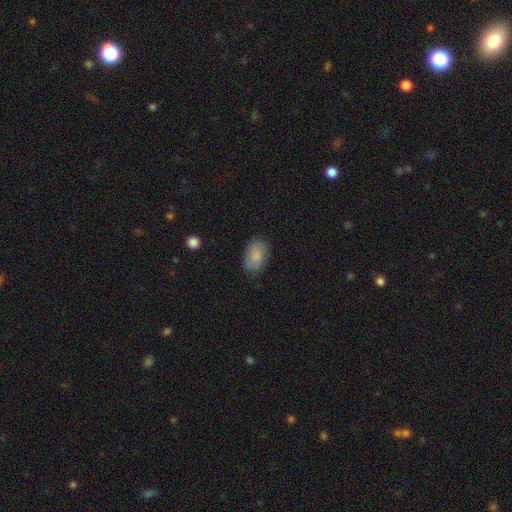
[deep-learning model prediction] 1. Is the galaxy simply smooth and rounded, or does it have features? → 84% smooth, 9% featured or disk, 7% star or artifact.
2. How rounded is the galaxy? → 87% in between, 11% round, 1% cigar-shaped.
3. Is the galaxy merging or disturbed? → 79% none, 16% minor disturbance, 4% major disturbance, 1% merger.